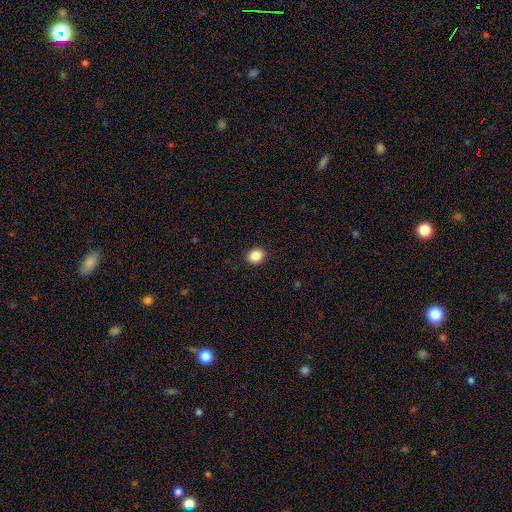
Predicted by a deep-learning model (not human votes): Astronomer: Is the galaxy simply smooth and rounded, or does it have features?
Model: smooth — 87%.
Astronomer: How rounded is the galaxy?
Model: round — 69%.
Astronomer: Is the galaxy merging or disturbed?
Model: none — 91%.